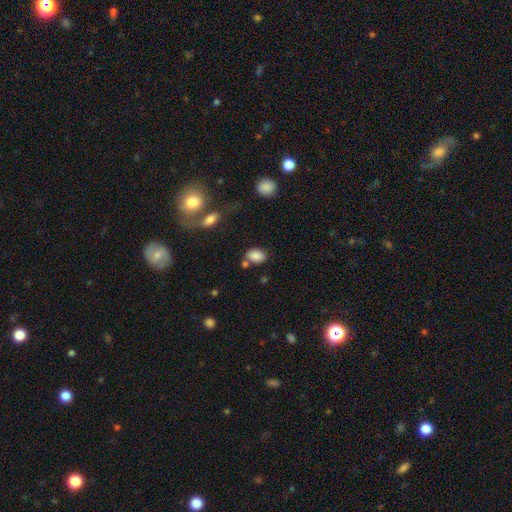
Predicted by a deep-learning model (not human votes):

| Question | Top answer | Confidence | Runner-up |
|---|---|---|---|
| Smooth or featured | smooth | 86% | star or artifact (9%) |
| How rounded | in between | 80% | round (19%) |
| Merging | none | 68% | minor disturbance (16%) |